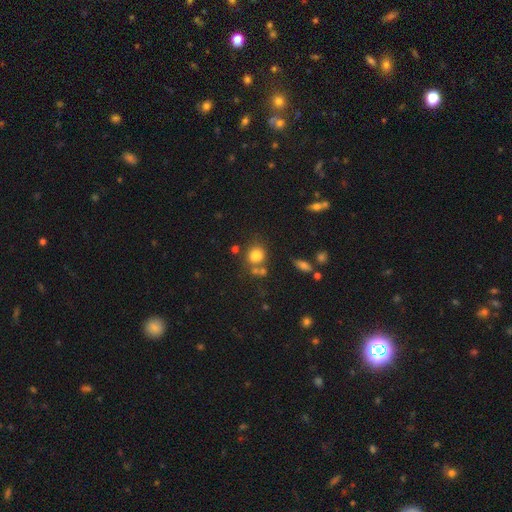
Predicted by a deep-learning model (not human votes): Morphology: type=smooth (80%); roundness=round (72%); merging=none (60%).